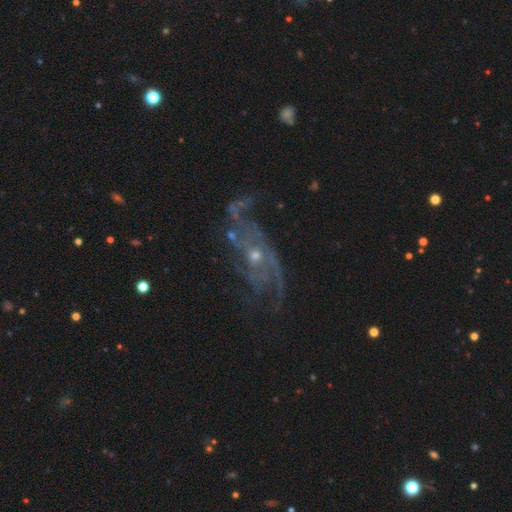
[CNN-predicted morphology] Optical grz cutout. It shows a featured or disk galaxy (86%) with no bar (73%), 2 (32%) loose (44%) spiral arms (91%) and a small central bulge (63%). Merging: none (55%).